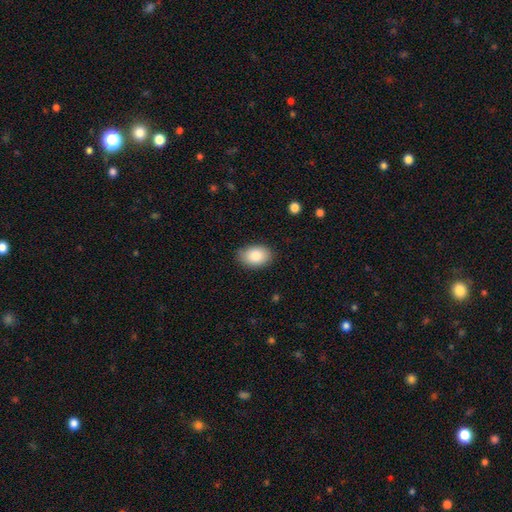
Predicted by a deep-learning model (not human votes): smooth 84%, featured or disk 9%, star or artifact 7%. Down the decision tree: how rounded — in between (85%); merging — none (85%).